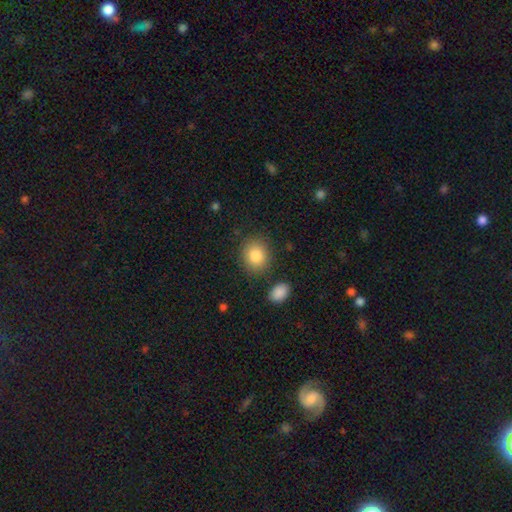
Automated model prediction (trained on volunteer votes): smooth 85%, star or artifact 8%, featured or disk 7%. Down the decision tree: how rounded — round (67%); merging — none (82%).